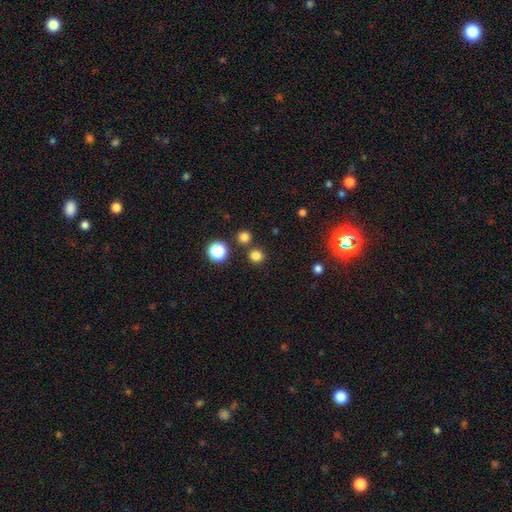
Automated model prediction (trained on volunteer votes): smooth-or-featured: smooth: 78% | star or artifact: 18% | featured or disk: 4%
  how-rounded: round: 92% | in between: 7% | cigar-shaped: 1%
  merging: none: 82% | merger: 9% | minor disturbance: 6% | major disturbance: 3%